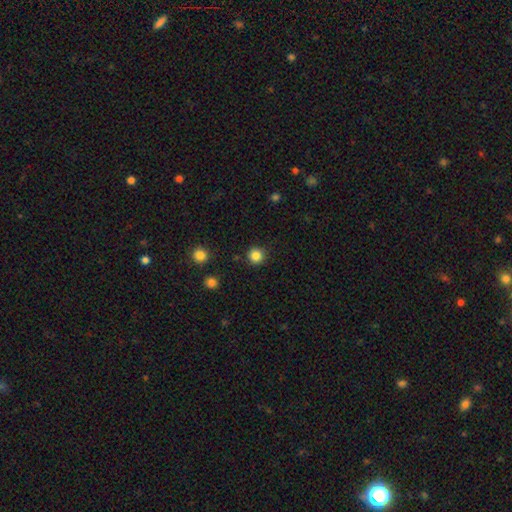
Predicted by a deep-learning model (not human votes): smooth-or-featured: smooth: 85% | star or artifact: 12% | featured or disk: 3%
  how-rounded: round: 95% | in between: 4% | cigar-shaped: 1%
  merging: none: 91% | minor disturbance: 6% | major disturbance: 2% | merger: 2%